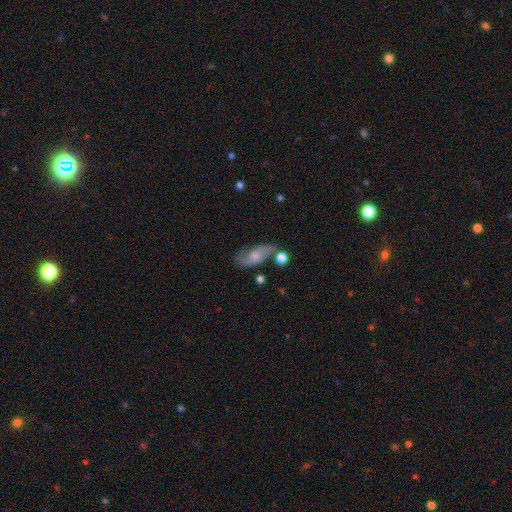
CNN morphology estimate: Overall: featured or disk (56%; smooth 36%). Edge-on disk: no (87%). Merging: none (59%; minor disturbance 22%).